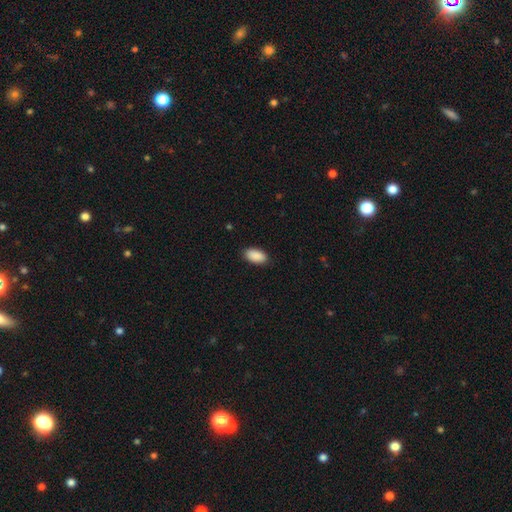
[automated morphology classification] type=smooth (91%); roundness=in between (95%); merging=none (88%).